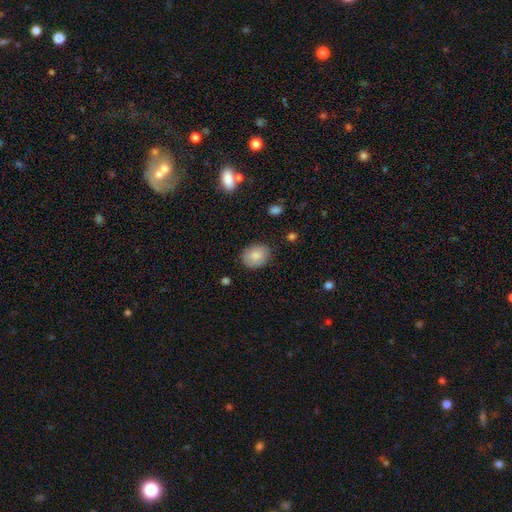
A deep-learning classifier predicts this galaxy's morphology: Smooth or featured? smooth (84%)
How rounded? in between (56%)
Merging? none (81%)